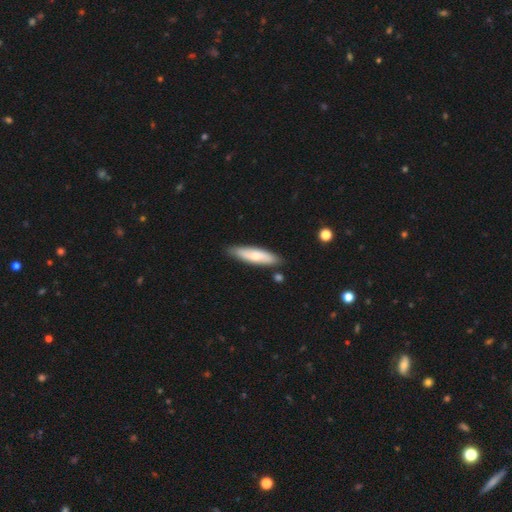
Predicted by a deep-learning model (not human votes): This is likely a smooth galaxy (66%). How rounded: likely cigar-shaped (67%). Merging: clearly none (84%).